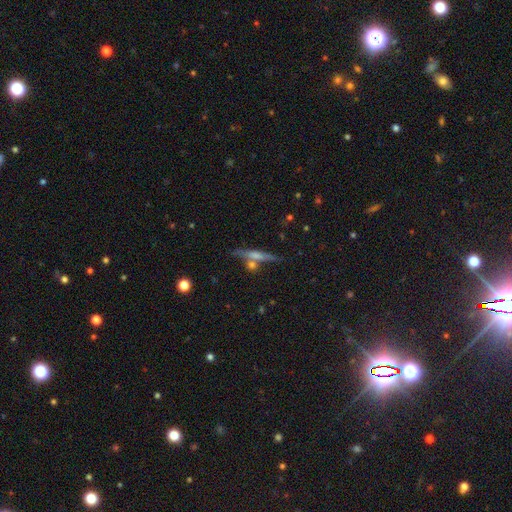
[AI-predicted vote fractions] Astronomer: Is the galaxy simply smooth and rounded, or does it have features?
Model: featured or disk — 50% (runner-up: smooth, 42%).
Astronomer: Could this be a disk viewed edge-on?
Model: yes — 93%.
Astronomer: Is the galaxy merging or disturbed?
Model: none — 67%.